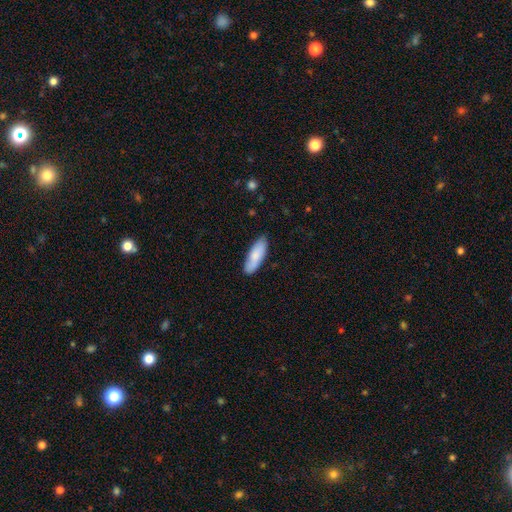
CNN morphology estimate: Smooth or featured?
  - smooth: 82% *
  - featured or disk: 13%
  - star or artifact: 5%
How rounded?
  - in between: 63% *
  - cigar-shaped: 35%
  - round: 2%
Merging?
  - none: 82% *
  - minor disturbance: 14%
  - major disturbance: 2%
  - merger: 1%